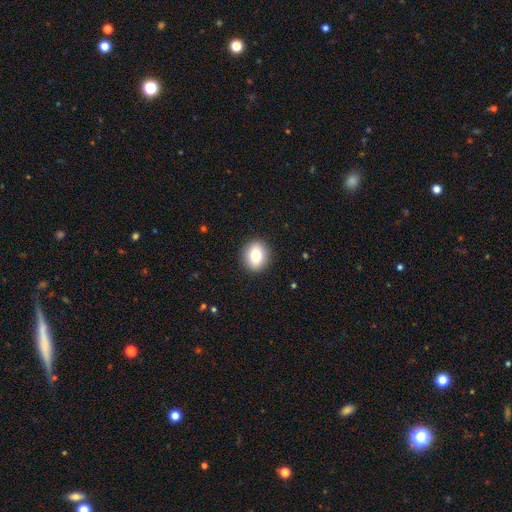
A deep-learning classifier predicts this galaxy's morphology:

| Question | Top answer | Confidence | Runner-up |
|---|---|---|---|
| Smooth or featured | smooth | 79% | featured or disk (11%) |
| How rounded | round | 69% | in between (30%) |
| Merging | none | 91% | minor disturbance (6%) |